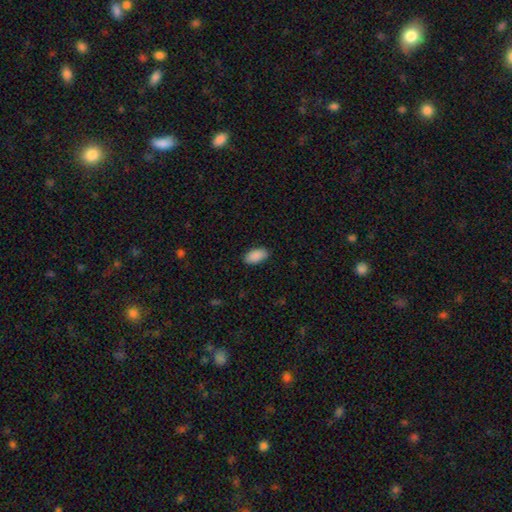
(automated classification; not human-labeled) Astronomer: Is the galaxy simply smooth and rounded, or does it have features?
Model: smooth — 91%.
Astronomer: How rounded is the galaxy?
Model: in between — 95%.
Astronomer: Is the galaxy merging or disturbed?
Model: none — 88%.